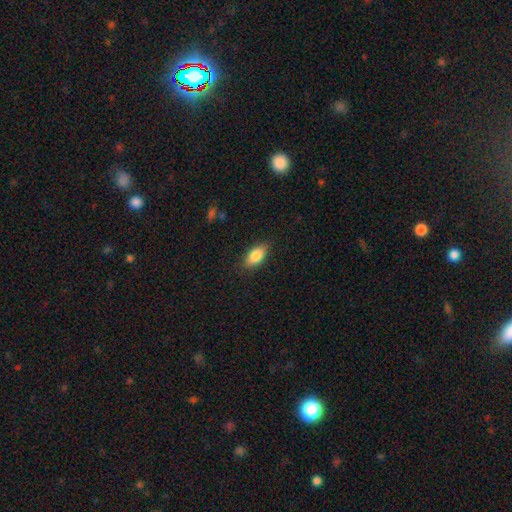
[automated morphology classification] This appears to be a smooth galaxy with no disk features (83%) that is in between round and cigar-shaped (88%). Merging: none (84%).